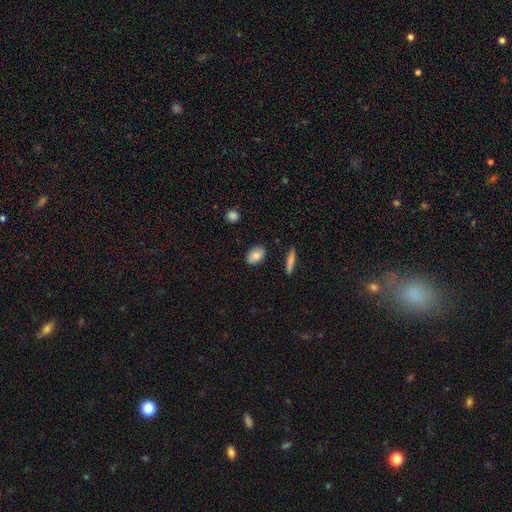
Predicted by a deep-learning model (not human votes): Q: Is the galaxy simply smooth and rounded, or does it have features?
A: smooth — 77%.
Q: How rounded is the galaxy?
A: in between — 83%.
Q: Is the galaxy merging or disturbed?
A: none — 85%.